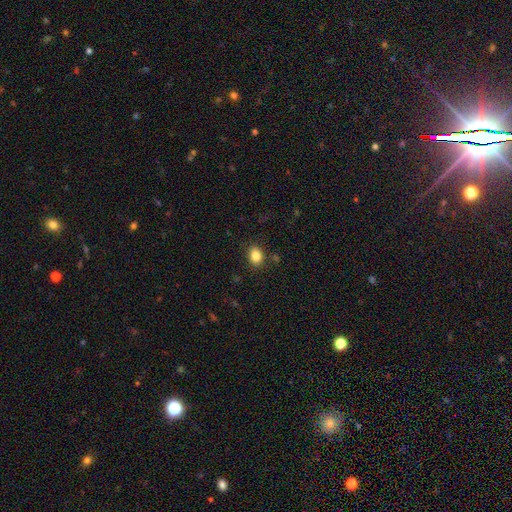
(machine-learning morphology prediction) Smooth or featured?
  - smooth: 85% *
  - star or artifact: 10%
  - featured or disk: 5%
How rounded?
  - in between: 62% *
  - round: 37%
  - cigar-shaped: 1%
Merging?
  - none: 84% *
  - minor disturbance: 10%
  - major disturbance: 3%
  - merger: 2%